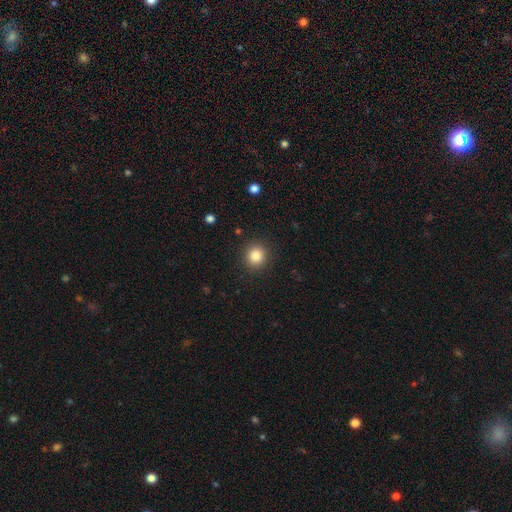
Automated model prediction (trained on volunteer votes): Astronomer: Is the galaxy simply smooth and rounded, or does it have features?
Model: smooth — 85%.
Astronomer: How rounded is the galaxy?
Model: round — 90%.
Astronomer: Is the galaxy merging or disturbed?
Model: none — 90%.